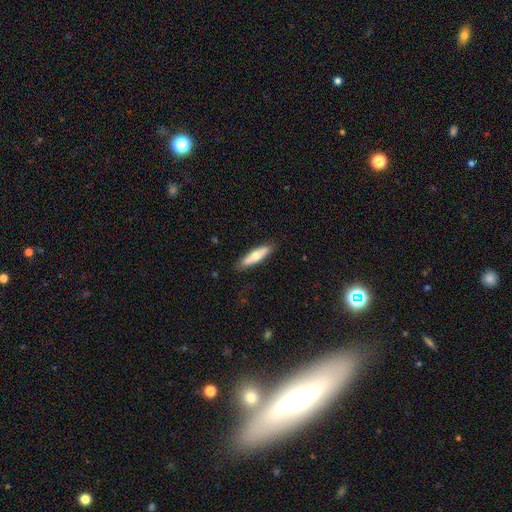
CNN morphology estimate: This is possibly a smooth galaxy (58%). How rounded: likely cigar-shaped (71%). Merging: clearly none (86%).